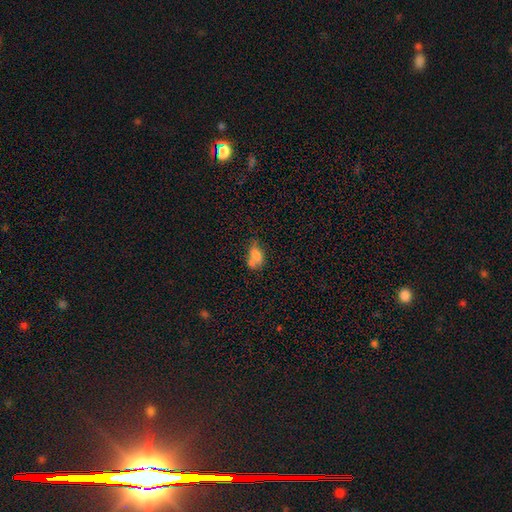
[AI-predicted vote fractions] This is likely a smooth galaxy (70%). How rounded: likely in between (79%). Merging: marginally merger (44%).